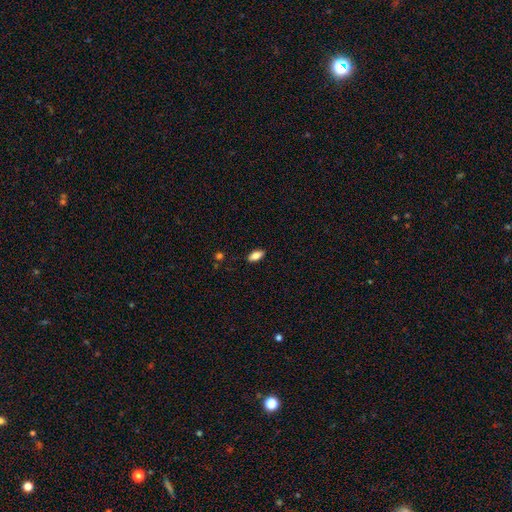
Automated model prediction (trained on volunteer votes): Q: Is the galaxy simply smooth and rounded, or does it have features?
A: smooth — 81%.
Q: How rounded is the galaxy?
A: in between — 88%.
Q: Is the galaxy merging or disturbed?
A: none — 88%.